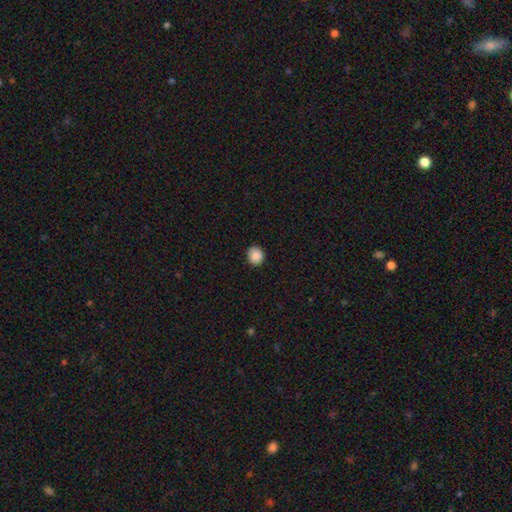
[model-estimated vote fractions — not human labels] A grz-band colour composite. It shows a smooth galaxy with no disk features (89%) that is round (84%). Merging: none (90%).